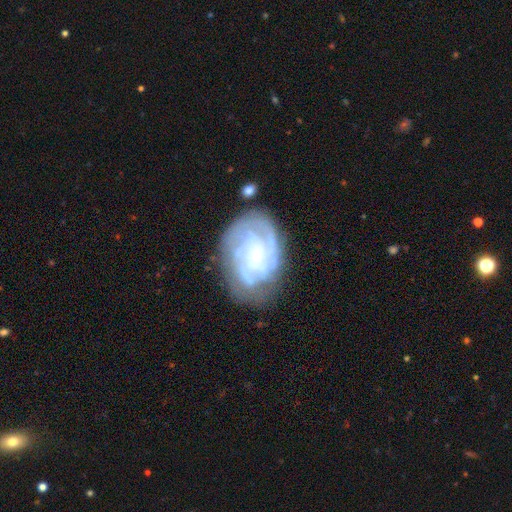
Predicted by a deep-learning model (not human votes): This is clearly a featured or disk galaxy (82%). It is clearly not viewed edge-on (97%). Bar: likely no (61%). Spiral arm pattern: clearly yes (91%). Spiral arm count: marginally can't tell (38%). Spiral winding: likely tight (62%). Central bulge: likely small (73%). Merging: likely none (66%).